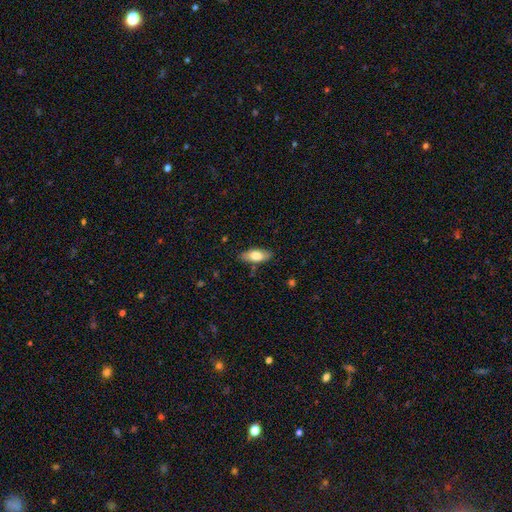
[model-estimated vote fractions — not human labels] smooth 76%, featured or disk 18%, star or artifact 6%. Down the decision tree: how rounded — in between (83%); merging — none (82%).